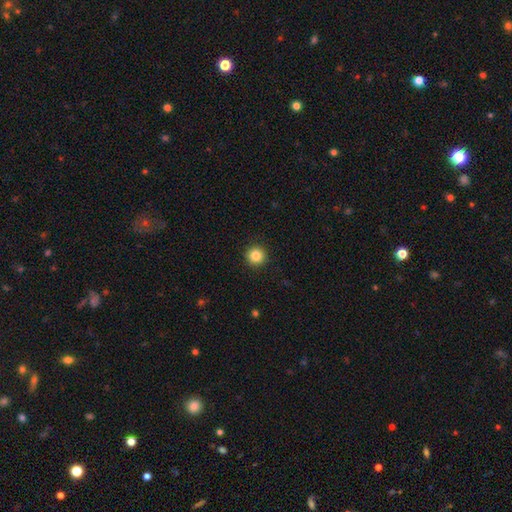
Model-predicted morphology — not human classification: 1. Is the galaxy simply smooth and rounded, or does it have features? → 85% smooth, 10% star or artifact, 5% featured or disk.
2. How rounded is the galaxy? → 96% round, 3% in between, 1% cigar-shaped.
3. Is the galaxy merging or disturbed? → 93% none, 5% minor disturbance, 2% major disturbance, 1% merger.